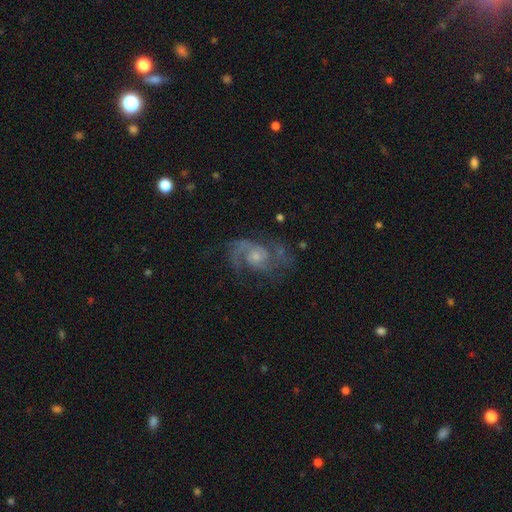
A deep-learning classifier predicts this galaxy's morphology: Overall: featured or disk (85%). Edge-on disk: no (97%). Bar: no (65%; weak 30%). Spiral arms: yes (96%). Spiral arm count: 2 (78%). Spiral winding: medium (54%; tight 24%). Bulge size: small (58%; moderate 33%). Merging: none (67%).